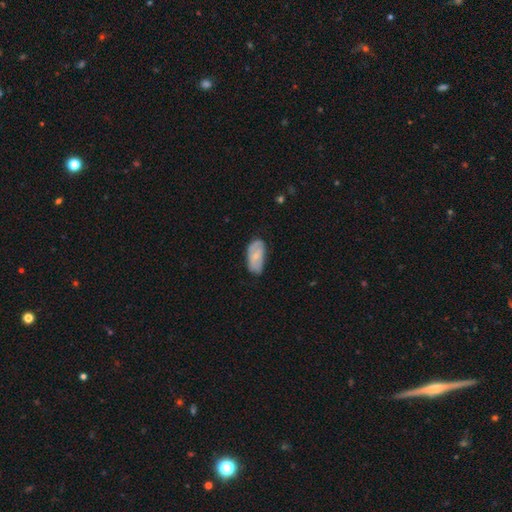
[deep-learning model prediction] The model was most divided on "smooth or featured": smooth: 58%, featured or disk: 35%, star or artifact: 6%. More confident: how rounded — in between (93%); merging — none (58%).